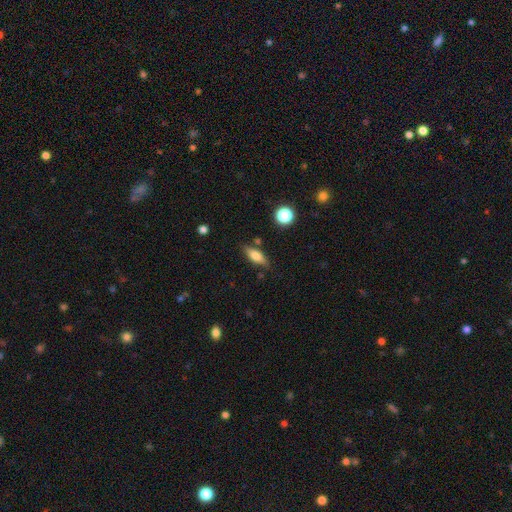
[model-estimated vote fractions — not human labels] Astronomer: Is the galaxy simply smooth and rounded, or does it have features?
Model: smooth — 67%.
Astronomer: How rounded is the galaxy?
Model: in between — 63%.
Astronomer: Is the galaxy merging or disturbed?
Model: none — 80%.